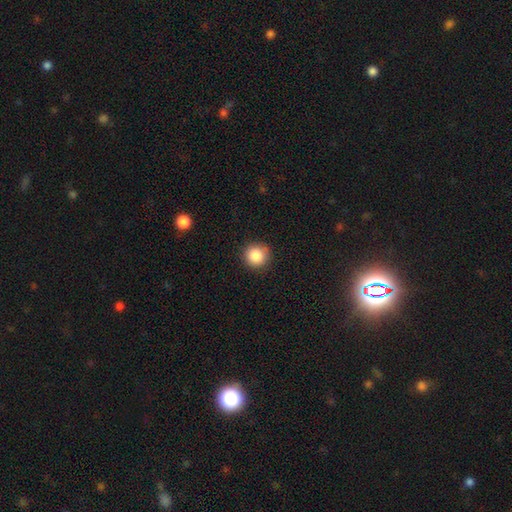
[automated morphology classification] The model was most divided on "smooth or featured": smooth: 87%, star or artifact: 10%, featured or disk: 4%. More confident: how rounded — round (94%); merging — none (89%).